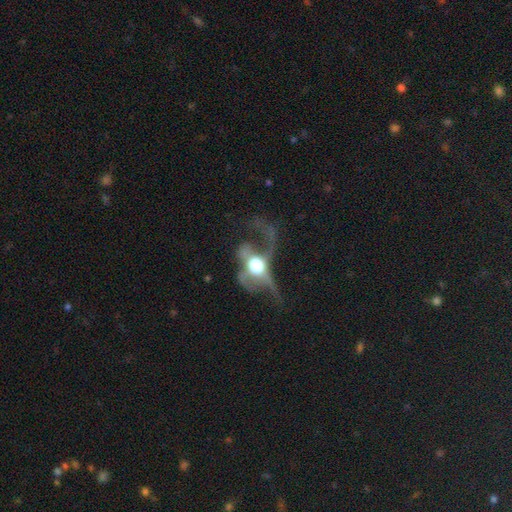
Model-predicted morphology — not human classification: This appears to be a featured or disk galaxy (68%) with no bar (73%), spiral arms (54%) and a moderate central bulge (44%). Merging: major disturbance (54%).